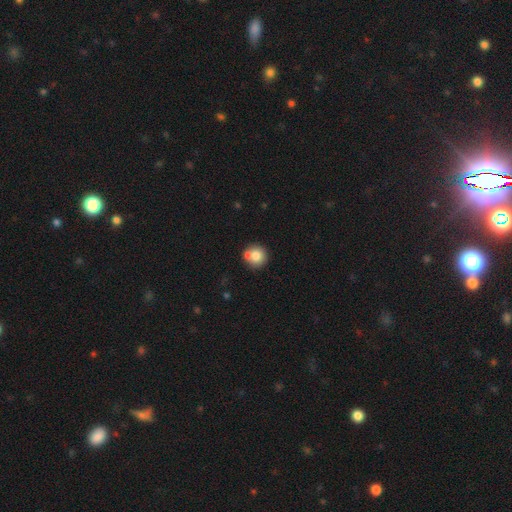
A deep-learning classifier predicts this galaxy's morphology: Smooth or featured? Predicted: smooth (p=0.78). How rounded? Predicted: round (p=0.92). Merging? Predicted: none (p=0.62).